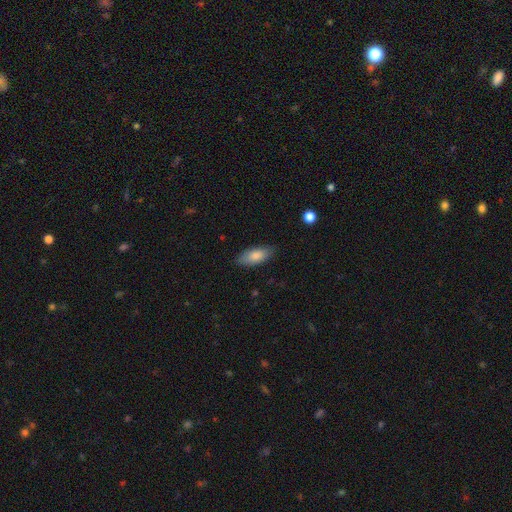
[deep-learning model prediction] Smooth or featured? smooth (81%)
How rounded? in between (83%)
Merging? none (82%)